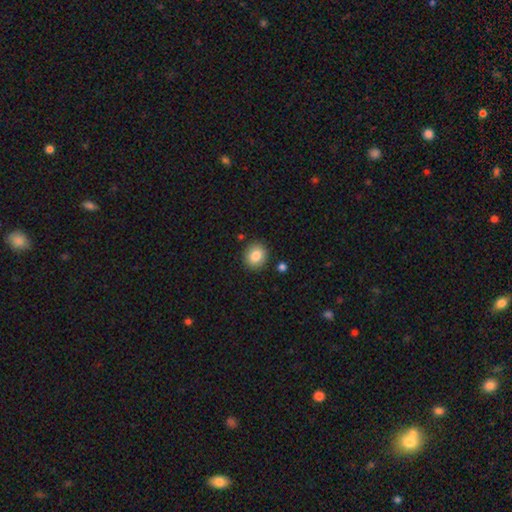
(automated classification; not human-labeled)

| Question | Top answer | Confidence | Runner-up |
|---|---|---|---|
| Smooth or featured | smooth | 85% | star or artifact (9%) |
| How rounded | round | 77% | in between (22%) |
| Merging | none | 88% | minor disturbance (8%) |